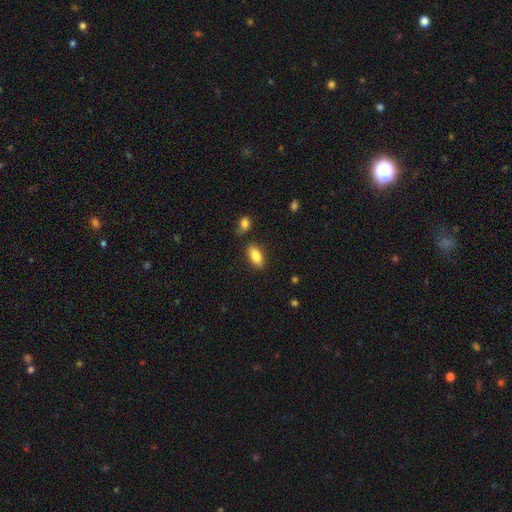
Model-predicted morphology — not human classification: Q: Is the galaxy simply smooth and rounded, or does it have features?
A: smooth — 84%.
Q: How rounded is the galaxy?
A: in between — 88%.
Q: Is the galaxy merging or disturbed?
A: none — 81%.